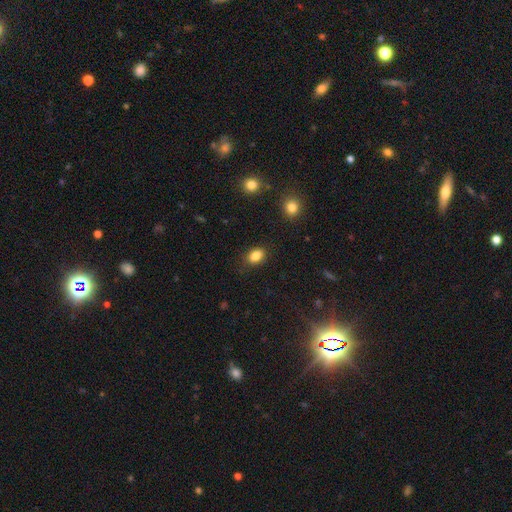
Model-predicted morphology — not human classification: This is clearly a smooth galaxy (85%). How rounded: likely in between (77%). Merging: clearly none (82%).